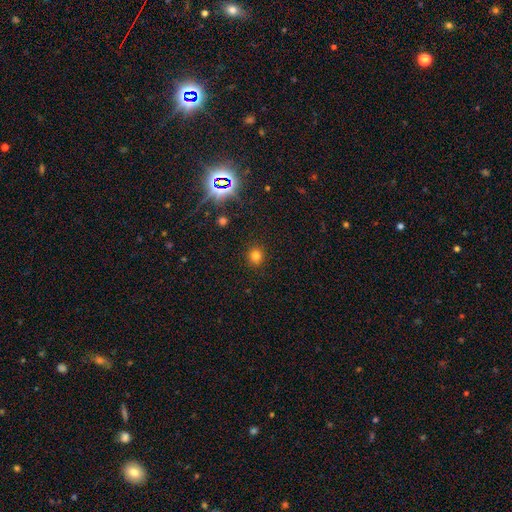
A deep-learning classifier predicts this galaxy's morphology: A smooth galaxy with no disk features (77%) that is round (89%).

Vote fractions:
- Smooth or featured? smooth: 77% / star or artifact: 17% / featured or disk: 6%
- How rounded? round: 89% / in between: 10% / cigar-shaped: 1%
- Merging? none: 90% / minor disturbance: 6% / major disturbance: 2% / merger: 1%